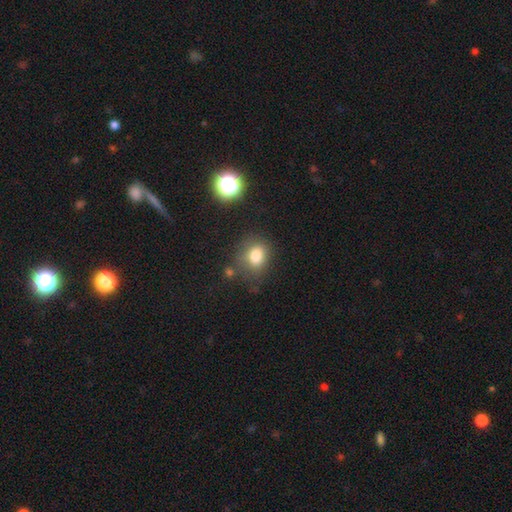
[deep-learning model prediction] A smooth galaxy with no disk features (79%) that is round (52%).

Vote fractions:
- Smooth or featured? smooth: 79% / star or artifact: 12% / featured or disk: 8%
- How rounded? round: 52% / in between: 47% / cigar-shaped: 1%
- Merging? none: 66% / minor disturbance: 20% / major disturbance: 7% / merger: 7%